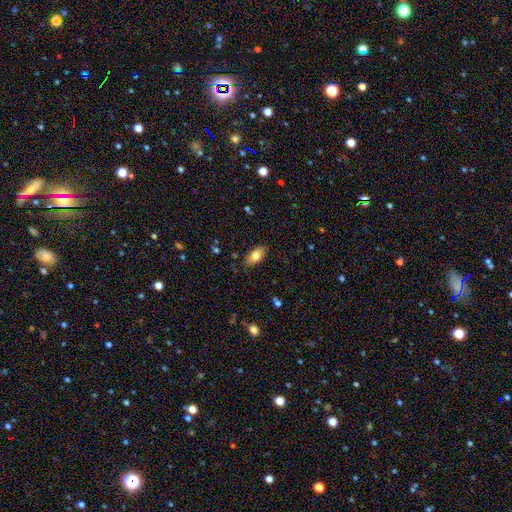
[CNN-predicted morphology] smooth_or_featured: smooth (p=0.79) [alt: featured or disk p=0.14]
how_rounded: in between (p=0.90) [alt: cigar-shaped p=0.07]
merging: none (p=0.83) [alt: minor disturbance p=0.13]